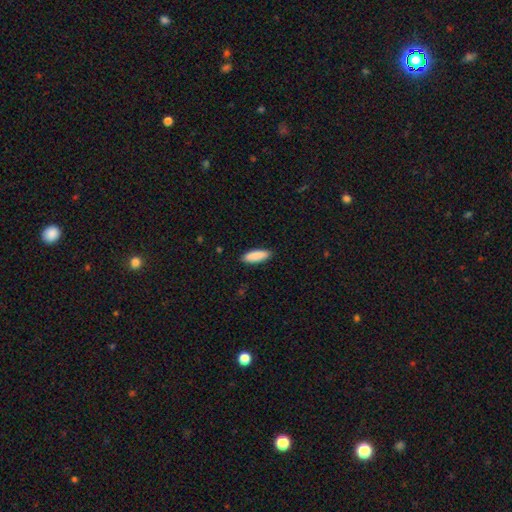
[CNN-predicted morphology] Smooth or featured?
  - smooth: 89% *
  - star or artifact: 6%
  - featured or disk: 5%
How rounded?
  - in between: 55% *
  - cigar-shaped: 43%
  - round: 2%
Merging?
  - none: 89% *
  - minor disturbance: 9%
  - major disturbance: 2%
  - merger: 1%